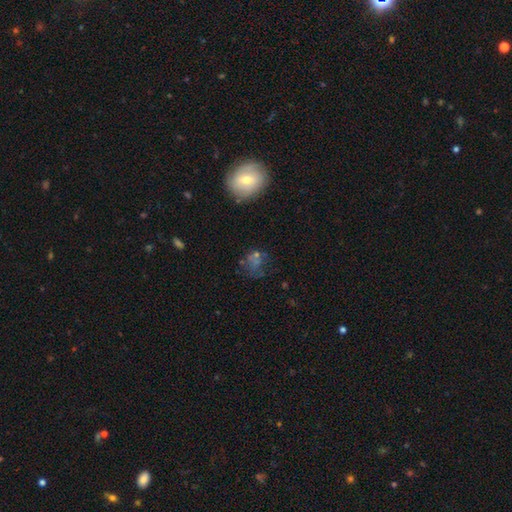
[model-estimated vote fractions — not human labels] smooth-or-featured: smooth: 47% | star or artifact: 27% | featured or disk: 26%
  merging: none: 59% | minor disturbance: 19% | major disturbance: 15% | merger: 8%